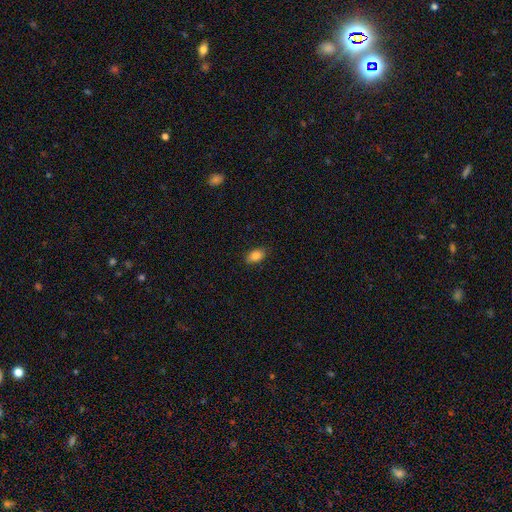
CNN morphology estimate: The model was most divided on "merging": none: 86%, minor disturbance: 10%, major disturbance: 2%, merger: 1%. More confident: how rounded — in between (87%); smooth or featured — smooth (85%).